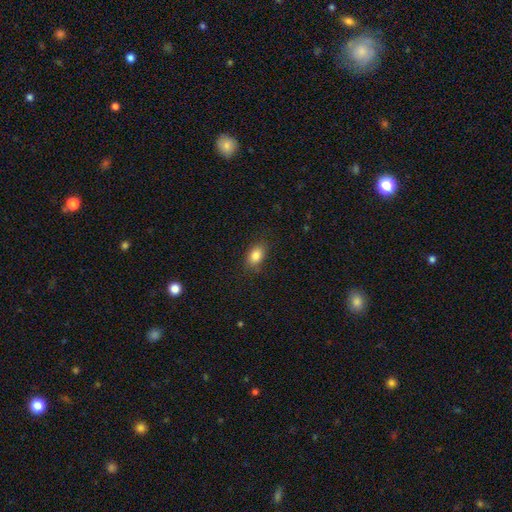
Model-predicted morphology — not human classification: smooth_or_featured: smooth (p=0.84) [alt: star or artifact p=0.09]
how_rounded: in between (p=0.83) [alt: round p=0.16]
merging: none (p=0.83) [alt: minor disturbance p=0.13]